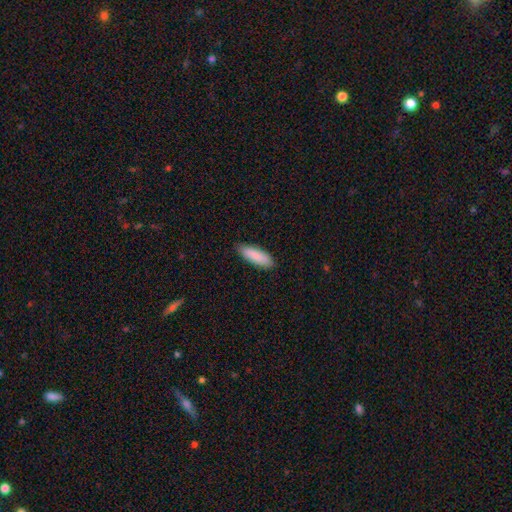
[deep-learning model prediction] Q: Smooth or featured?
A: smooth (87%); runner-up: featured or disk (7%)
Q: How rounded?
A: in between (57%); runner-up: cigar-shaped (42%)
Q: Merging?
A: none (86%); runner-up: minor disturbance (11%)